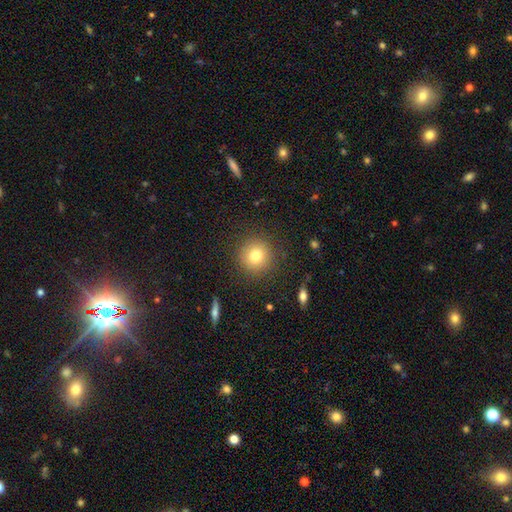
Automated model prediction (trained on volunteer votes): Q: Smooth or featured?
A: smooth (78%); runner-up: star or artifact (12%)
Q: How rounded?
A: round (94%); runner-up: in between (5%)
Q: Merging?
A: none (89%); runner-up: minor disturbance (7%)